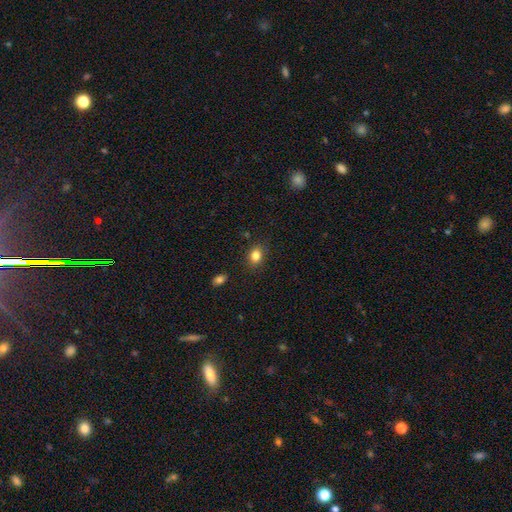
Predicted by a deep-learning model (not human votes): Smooth or featured: smooth — 83% (star or artifact — 10%)
How rounded: in between — 60% (round — 39%)
Merging: none — 84% (minor disturbance — 11%)